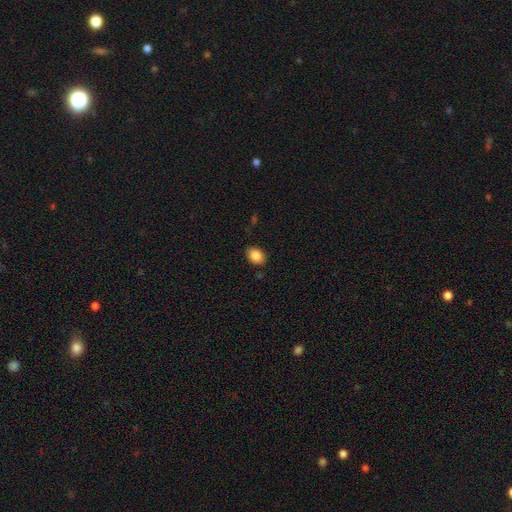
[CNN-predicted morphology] smooth 87%, star or artifact 8%, featured or disk 5%. Down the decision tree: how rounded — in between (76%); merging — none (86%).